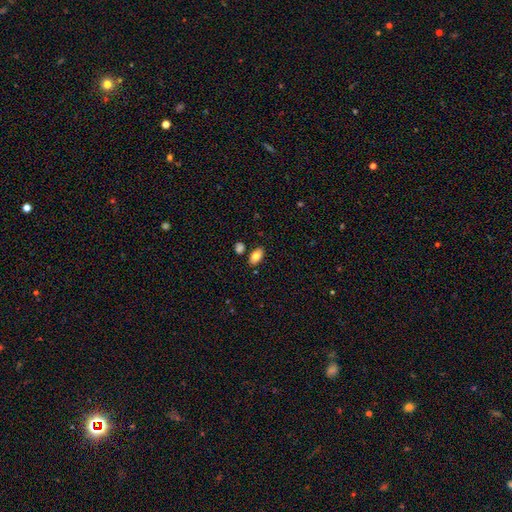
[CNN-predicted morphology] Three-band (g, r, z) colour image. It shows a smooth galaxy with no disk features (79%) that is in between round and cigar-shaped (91%). Merging: none (82%).